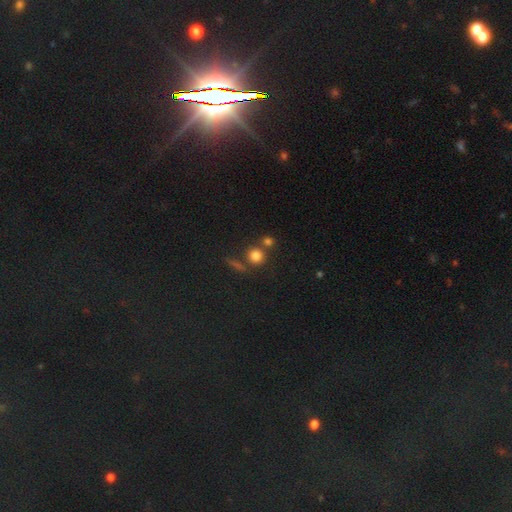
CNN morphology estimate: Smooth or featured? smooth (78%)
How rounded? round (89%)
Merging? none (66%)